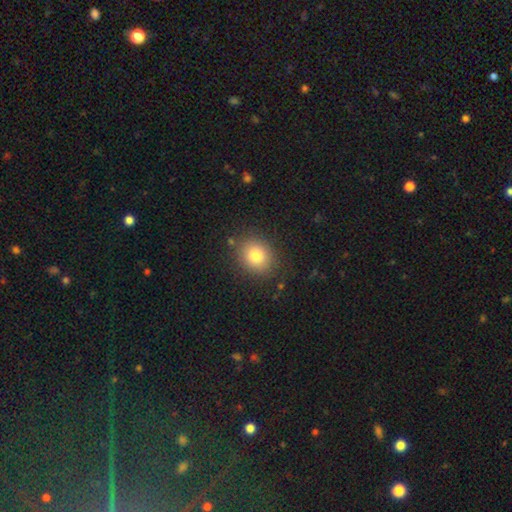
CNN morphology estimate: This appears to be a smooth galaxy with no disk features (80%) that is round (66%). Merging: none (85%).